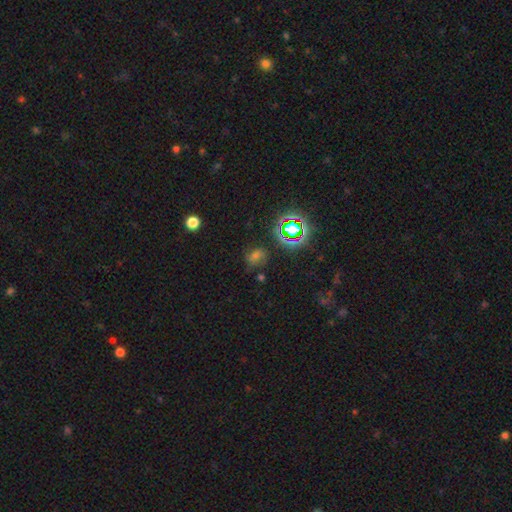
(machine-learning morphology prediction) smooth-or-featured: star or artifact: 44% | smooth: 39% | featured or disk: 17%